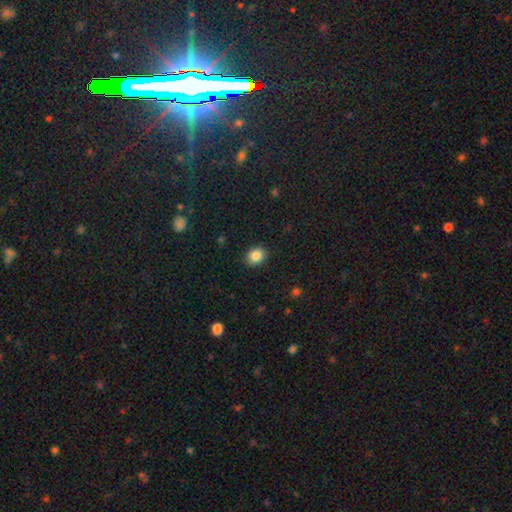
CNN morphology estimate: Q: Smooth or featured?
A: smooth (86%); runner-up: star or artifact (9%)
Q: How rounded?
A: round (54%); runner-up: in between (45%)
Q: Merging?
A: none (88%); runner-up: minor disturbance (9%)